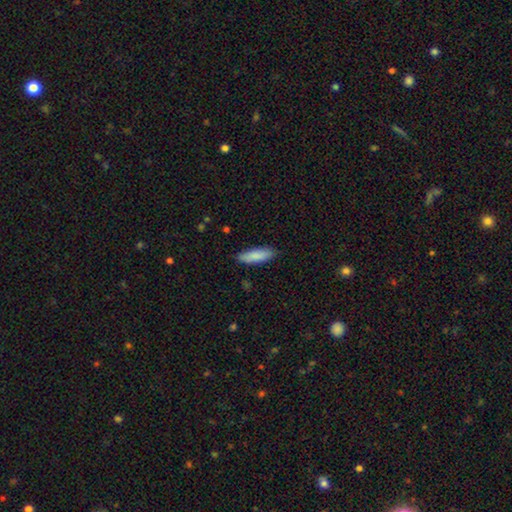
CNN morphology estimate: This is clearly a smooth galaxy (87%). How rounded: possibly in between (50%). Merging: clearly none (86%).